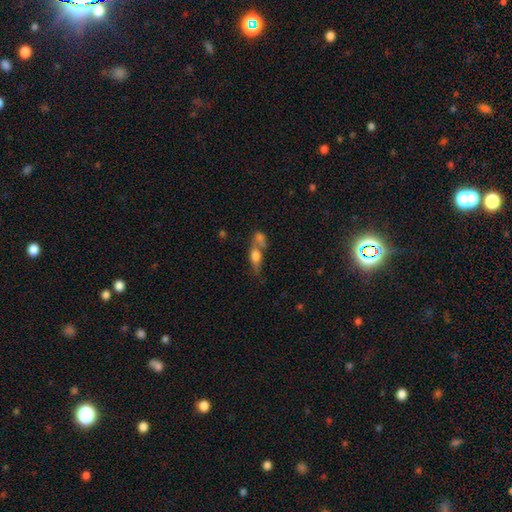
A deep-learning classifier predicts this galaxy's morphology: Overall: smooth (61%; featured or disk 28%). How rounded: in between (69%). Merging: merger (50%; none 30%).